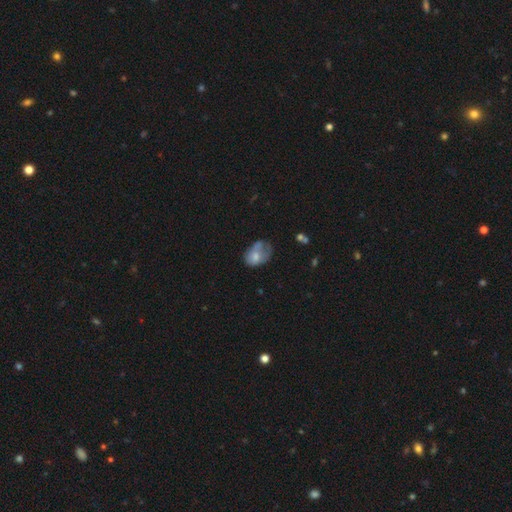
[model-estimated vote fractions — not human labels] This appears to be a smooth galaxy with no disk features (63%) that is in between round and cigar-shaped (75%). Merging: minor disturbance (34%).